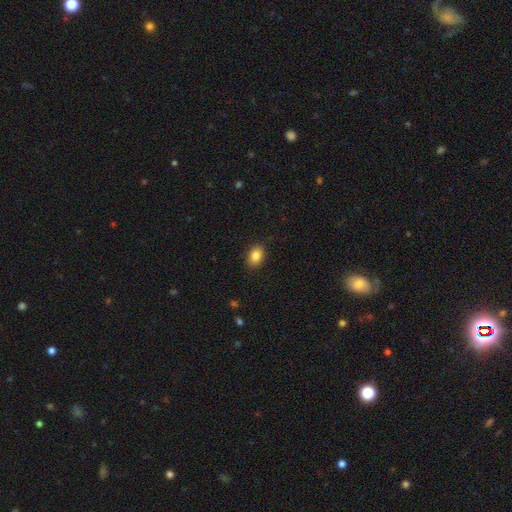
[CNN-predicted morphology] smooth_or_featured: smooth (p=0.85) [alt: star or artifact p=0.09]
how_rounded: in between (p=0.79) [alt: round p=0.20]
merging: none (p=0.87) [alt: minor disturbance p=0.09]